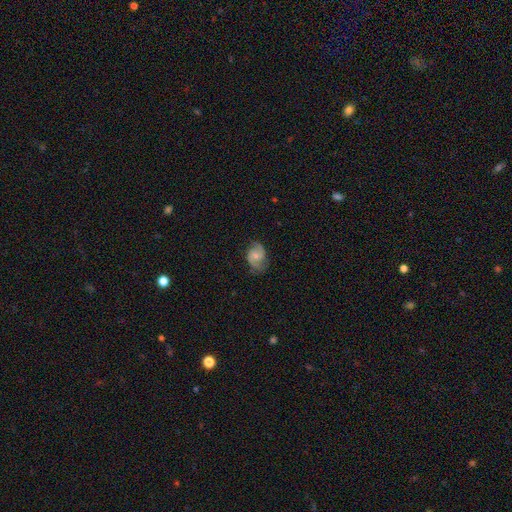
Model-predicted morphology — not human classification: Smooth or featured? Predicted: featured or disk (p=0.73). Edge-on disk? Predicted: no (p=0.97). Bar? Predicted: no (p=0.57). Spiral arms? Predicted: yes (p=0.95). Spiral winding? Predicted: medium (p=0.50). Spiral arm count? Predicted: 2 (p=0.89). Bulge size? Predicted: small (p=0.51). Merging? Predicted: none (p=0.74).